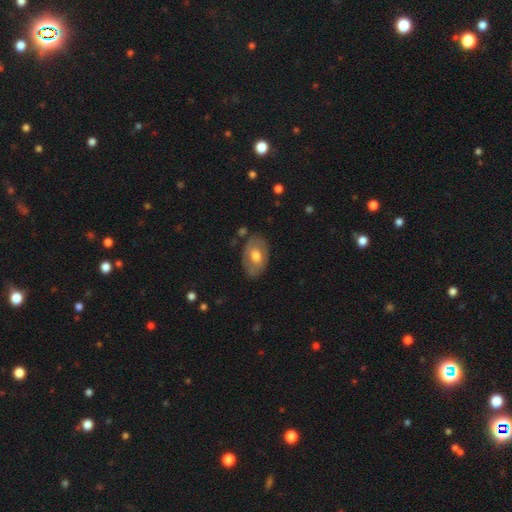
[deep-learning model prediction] A smooth galaxy with no disk features (54%) that is in between round and cigar-shaped (87%).

Vote fractions:
- Smooth or featured? smooth: 54% / featured or disk: 39% / star or artifact: 6%
- How rounded? in between: 87% / round: 12% / cigar-shaped: 1%
- Merging? none: 78% / minor disturbance: 16% / major disturbance: 4% / merger: 2%